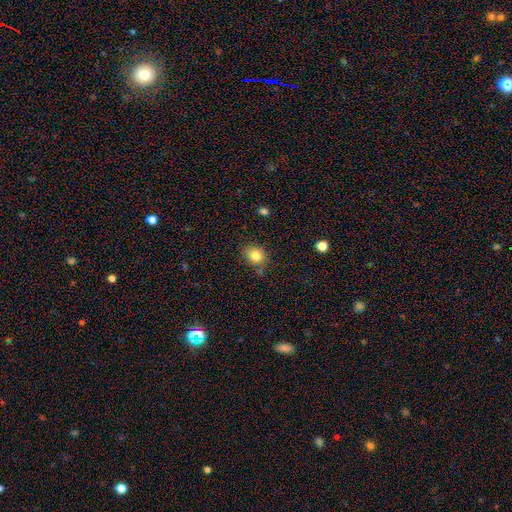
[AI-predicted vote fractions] Smooth or featured?
  - smooth: 82% *
  - star or artifact: 11%
  - featured or disk: 8%
How rounded?
  - round: 59% *
  - in between: 40%
  - cigar-shaped: 1%
Merging?
  - none: 75% *
  - minor disturbance: 17%
  - merger: 4%
  - major disturbance: 4%